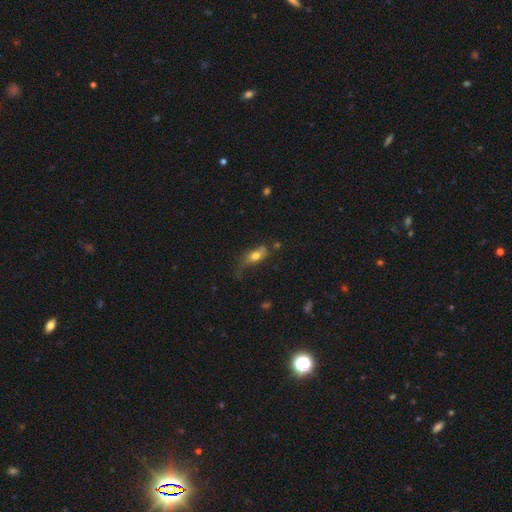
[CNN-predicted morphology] Overall: smooth (66%). How rounded: in between (74%). Merging: none (39%; minor disturbance 30%).